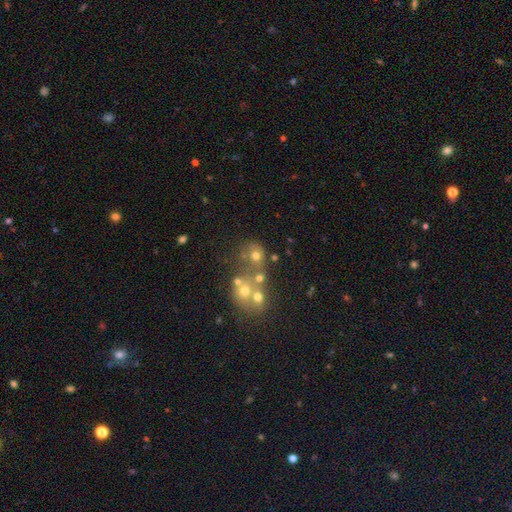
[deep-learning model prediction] Smooth or featured: smooth — 57% (featured or disk — 22%)
How rounded: round — 67% (in between — 32%)
Merging: merger — 43% (none — 38%)